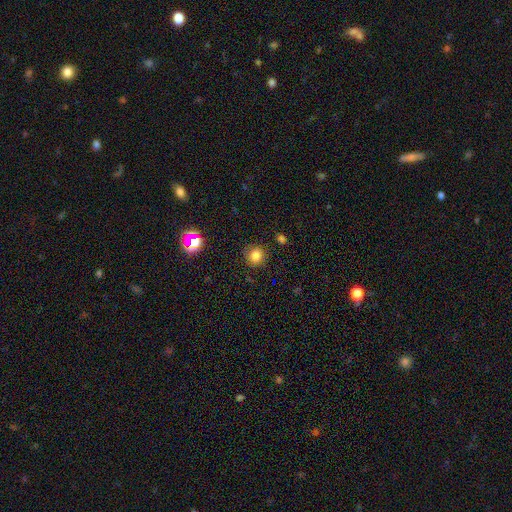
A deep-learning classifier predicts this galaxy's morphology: Smooth or featured: smooth — 80% (star or artifact — 15%)
How rounded: round — 88% (in between — 11%)
Merging: none — 86% (minor disturbance — 9%)